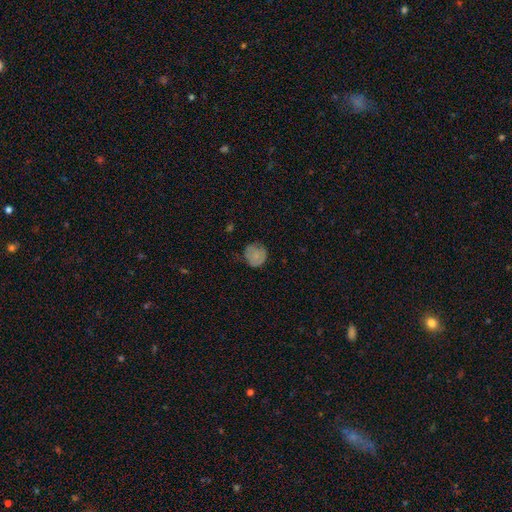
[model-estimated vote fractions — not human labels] This is likely a smooth galaxy (77%). How rounded: clearly round (88%). Merging: likely none (64%).